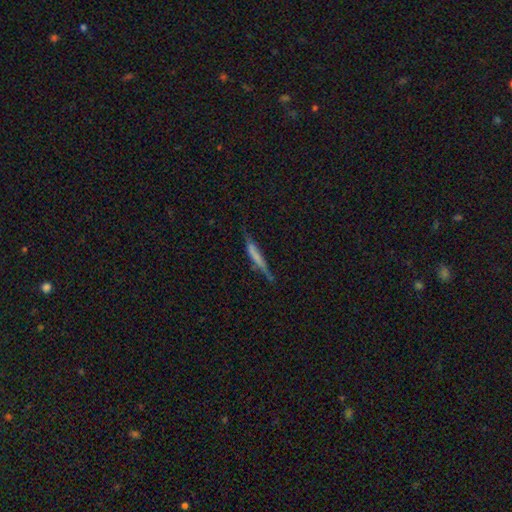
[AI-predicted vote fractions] A smooth galaxy with no disk features (51%) that is cigar-shaped (92%). Merging: none (62%).